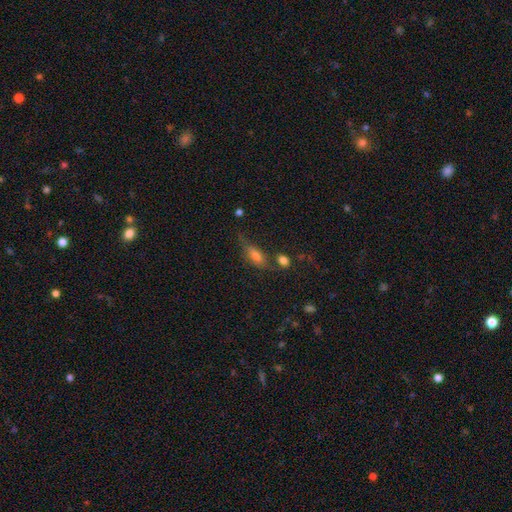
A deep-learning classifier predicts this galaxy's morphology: A smooth galaxy with no disk features (63%) that is in between round and cigar-shaped (71%).

Vote fractions:
- Smooth or featured? smooth: 63% / featured or disk: 24% / star or artifact: 14%
- How rounded? in between: 71% / cigar-shaped: 22% / round: 7%
- Merging? none: 47% / minor disturbance: 24% / merger: 15% / major disturbance: 14%